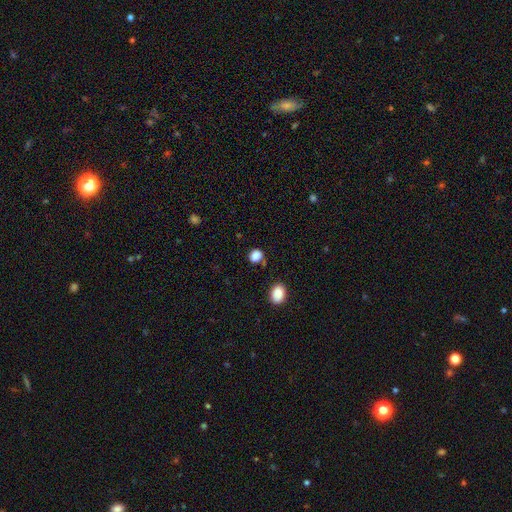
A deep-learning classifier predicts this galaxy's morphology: Smooth or featured? smooth (86%)
How rounded? round (64%)
Merging? none (75%)